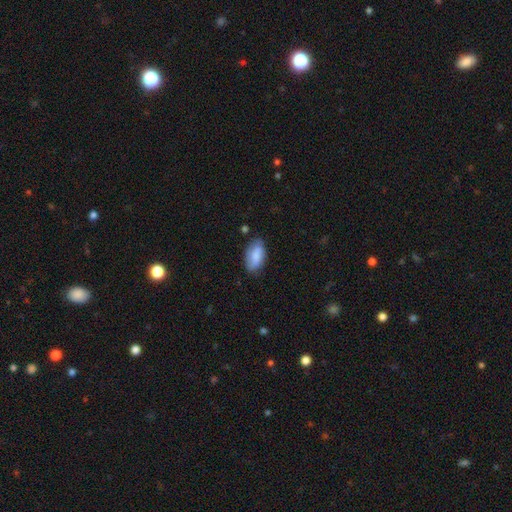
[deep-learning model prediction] Smooth or featured? smooth (74%)
How rounded? in between (93%)
Merging? none (72%)